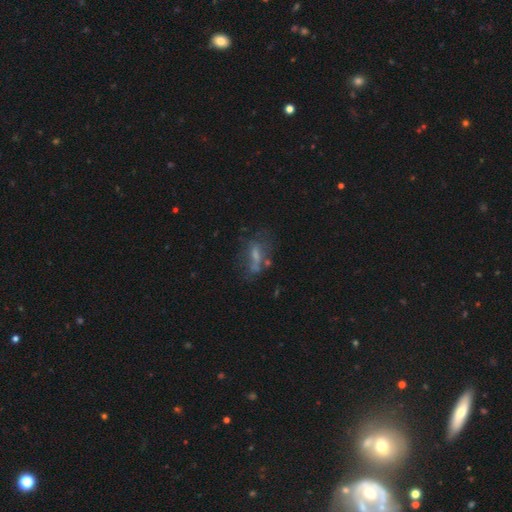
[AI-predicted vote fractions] A featured or disk galaxy (45%).

Vote fractions:
- Smooth or featured? featured or disk: 45% / smooth: 40% / star or artifact: 15%
- Merging? none: 43% / major disturbance: 25% / minor disturbance: 22% / merger: 9%